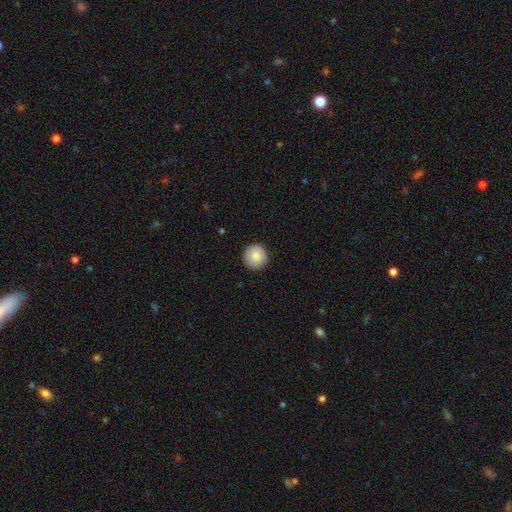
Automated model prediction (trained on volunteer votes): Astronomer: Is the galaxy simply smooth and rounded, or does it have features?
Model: smooth — 86%.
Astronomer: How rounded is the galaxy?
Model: round — 95%.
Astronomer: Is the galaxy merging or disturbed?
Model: none — 90%.